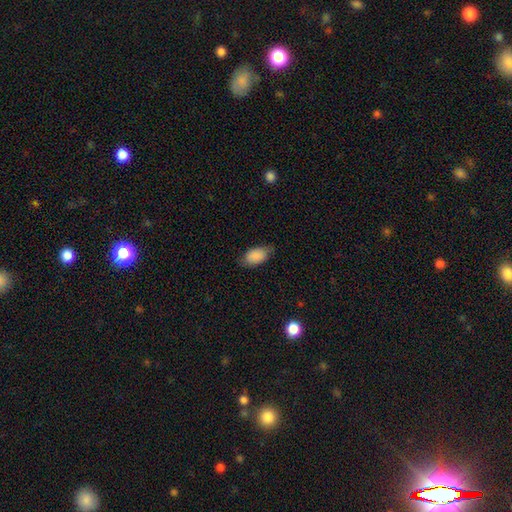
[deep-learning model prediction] smooth 88%, star or artifact 7%, featured or disk 6%. Down the decision tree: how rounded — in between (92%); merging — none (72%).